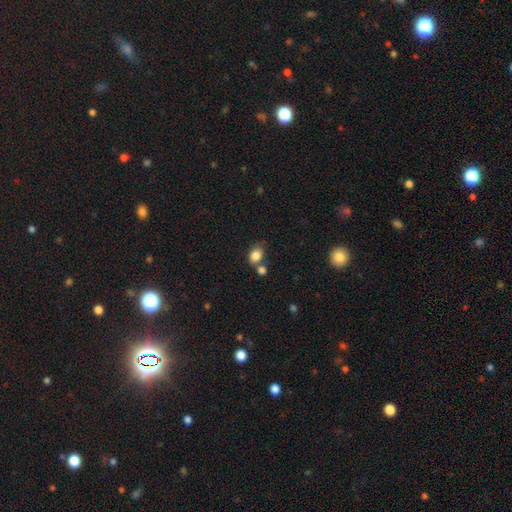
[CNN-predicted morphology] Overall: smooth (83%). How rounded: in between (69%; round 30%). Merging: none (52%; merger 26%).